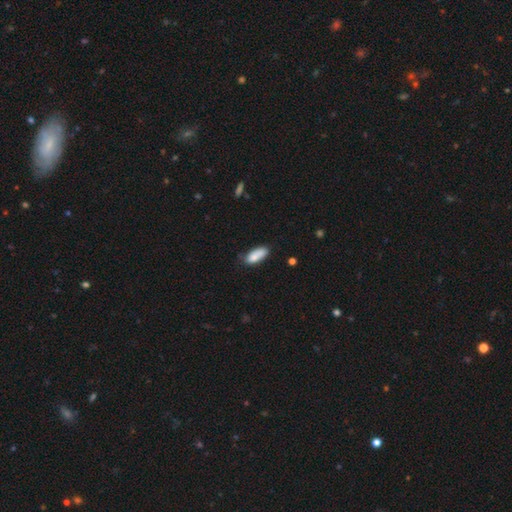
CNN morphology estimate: Q: Smooth or featured?
A: smooth (84%); runner-up: featured or disk (10%)
Q: How rounded?
A: in between (78%); runner-up: cigar-shaped (20%)
Q: Merging?
A: none (63%); runner-up: minor disturbance (27%)